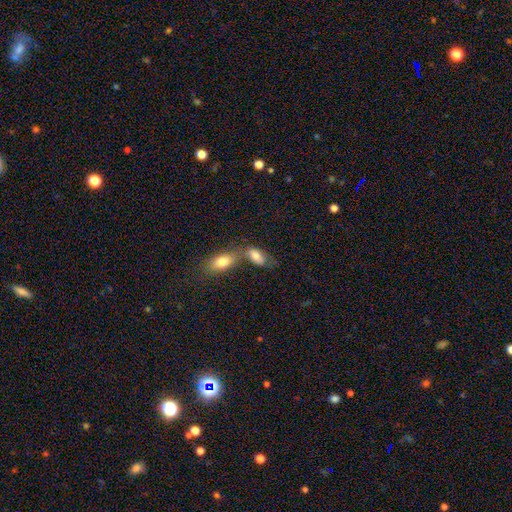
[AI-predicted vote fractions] Overall: smooth (73%). How rounded: in between (89%). Merging: merger (49%; none 33%).